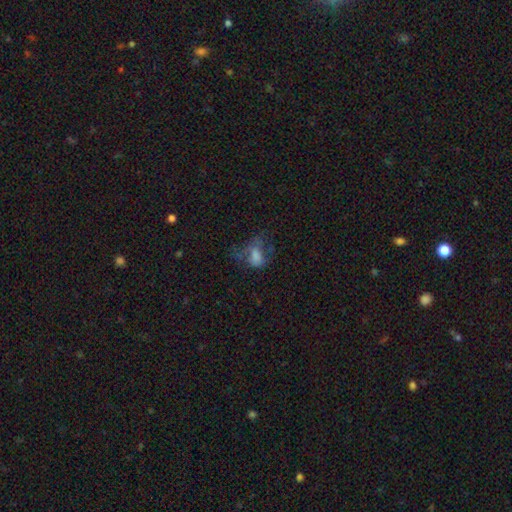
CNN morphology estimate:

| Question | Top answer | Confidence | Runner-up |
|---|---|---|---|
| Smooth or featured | smooth | 50% | featured or disk (31%) |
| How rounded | in between | 72% | round (26%) |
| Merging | major disturbance | 44% | none (32%) |